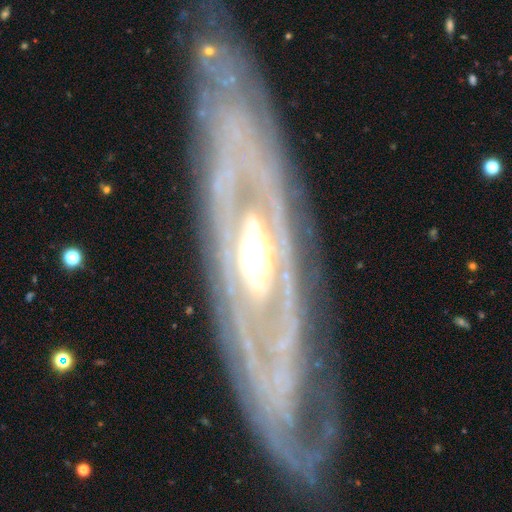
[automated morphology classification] This appears to be a featured or disk galaxy (87%) with no bar (60%), spiral arms (65%) and a moderate central bulge (61%). Merging: none (73%).